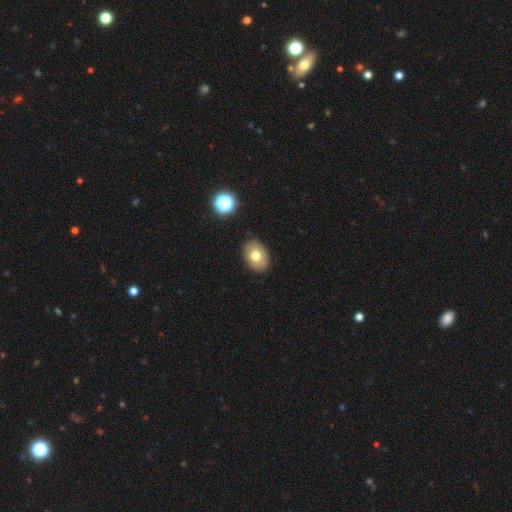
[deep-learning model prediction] This is likely a smooth galaxy (74%). How rounded: likely in between (75%). Merging: clearly none (86%).